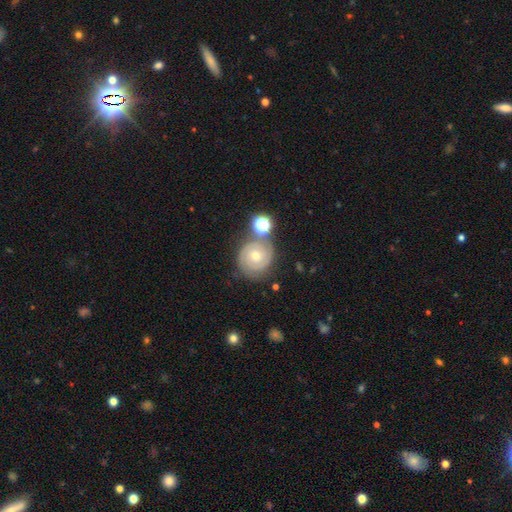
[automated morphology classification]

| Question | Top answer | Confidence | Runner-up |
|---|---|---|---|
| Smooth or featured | featured or disk | 72% | smooth (18%) |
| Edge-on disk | no | 98% | yes (2%) |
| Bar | no | 76% | weak (19%) |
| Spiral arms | yes | 92% | no (8%) |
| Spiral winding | tight | 74% | medium (21%) |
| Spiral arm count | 2 | 62% | can't tell (18%) |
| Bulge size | moderate | 57% | small (39%) |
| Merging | none | 73% | minor disturbance (14%) |